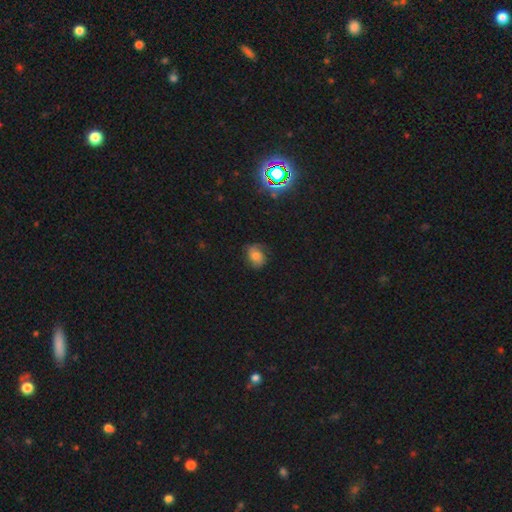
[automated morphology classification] Smooth or featured? smooth (61%)
How rounded? in between (53%)
Merging? none (63%)